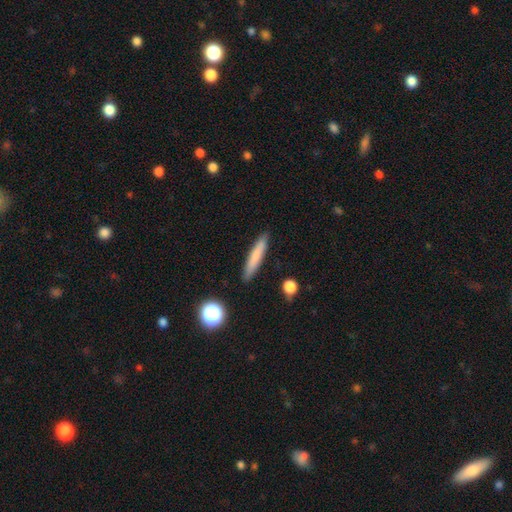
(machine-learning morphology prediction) smooth 74%, featured or disk 18%, star or artifact 7%. Down the decision tree: how rounded — cigar-shaped (92%); merging — none (89%).